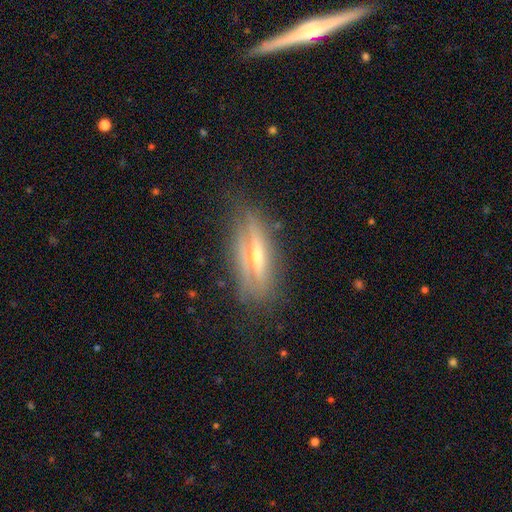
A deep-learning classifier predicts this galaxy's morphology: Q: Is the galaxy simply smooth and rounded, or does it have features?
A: featured or disk — 69%.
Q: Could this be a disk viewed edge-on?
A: yes — 85%.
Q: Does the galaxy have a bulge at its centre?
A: rounded — 84%.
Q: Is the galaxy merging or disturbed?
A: none — 75%.